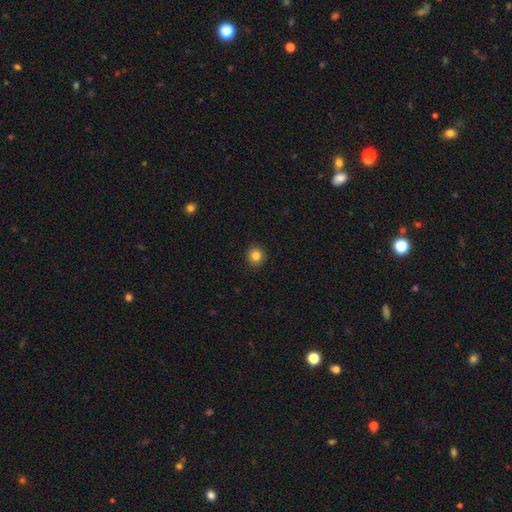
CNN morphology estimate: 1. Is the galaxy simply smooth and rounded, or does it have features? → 84% smooth, 11% star or artifact, 5% featured or disk.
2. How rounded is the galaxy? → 89% round, 10% in between, 1% cigar-shaped.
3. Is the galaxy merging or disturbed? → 91% none, 6% minor disturbance, 2% major disturbance, 1% merger.